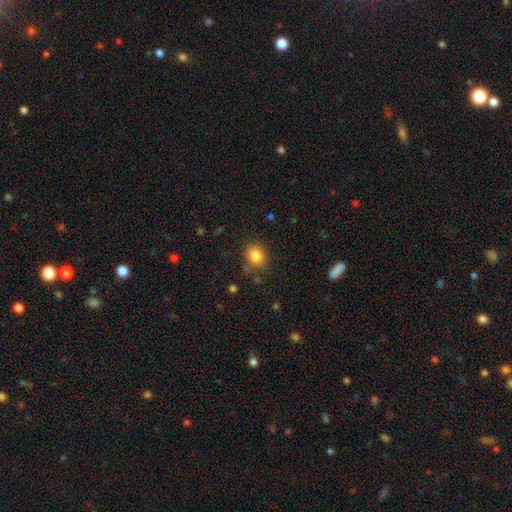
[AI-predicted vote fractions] smooth_or_featured: smooth (p=0.84) [alt: star or artifact p=0.10]
how_rounded: round (p=0.58) [alt: in between p=0.41]
merging: none (p=0.83) [alt: minor disturbance p=0.11]